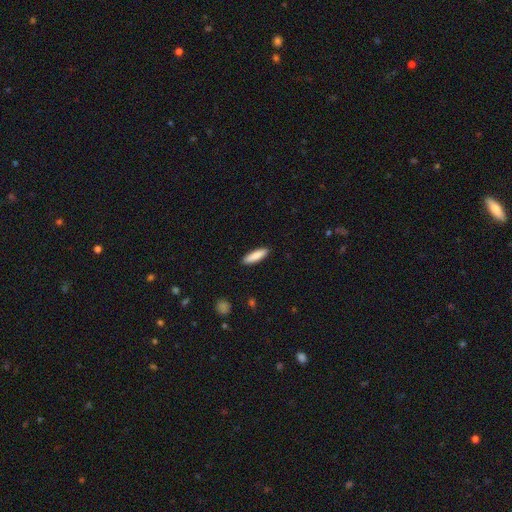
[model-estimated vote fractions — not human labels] This appears to be a smooth galaxy with no disk features (87%) that is cigar-shaped (65%). Merging: none (90%).